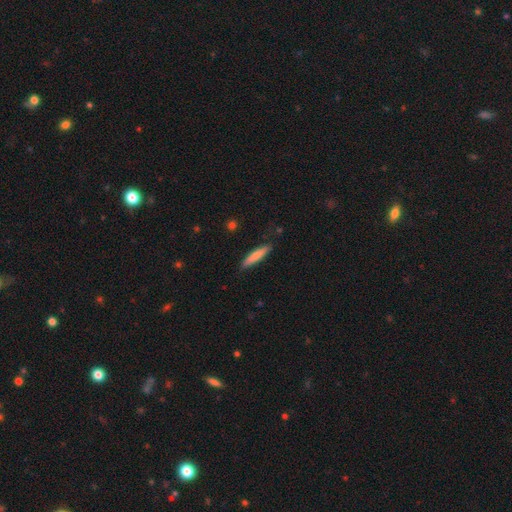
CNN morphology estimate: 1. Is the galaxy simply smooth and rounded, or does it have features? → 76% smooth, 19% featured or disk, 6% star or artifact.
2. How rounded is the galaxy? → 88% cigar-shaped, 11% in between, 1% round.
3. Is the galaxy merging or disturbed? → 85% none, 12% minor disturbance, 2% major disturbance, 1% merger.